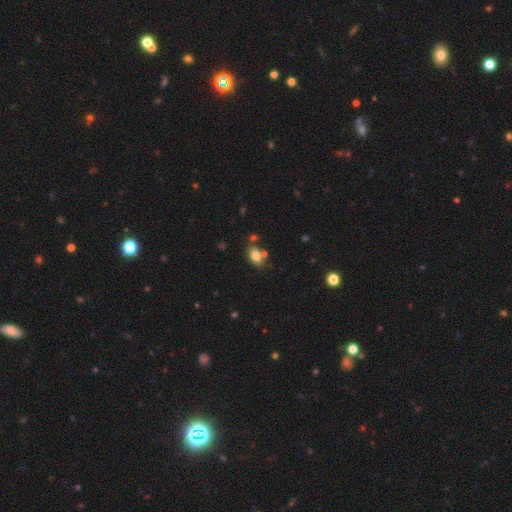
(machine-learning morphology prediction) Q: Smooth or featured?
A: smooth (80%); runner-up: star or artifact (10%)
Q: How rounded?
A: in between (86%); runner-up: round (12%)
Q: Merging?
A: none (66%); runner-up: merger (15%)